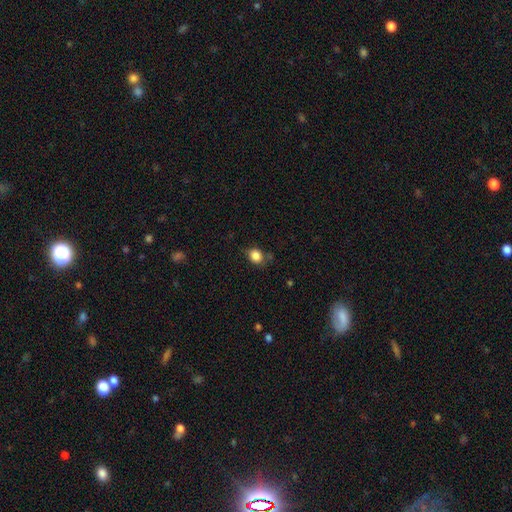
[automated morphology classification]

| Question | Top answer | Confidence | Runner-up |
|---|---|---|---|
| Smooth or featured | smooth | 85% | star or artifact (10%) |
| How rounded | round | 61% | in between (38%) |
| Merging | none | 71% | minor disturbance (20%) |